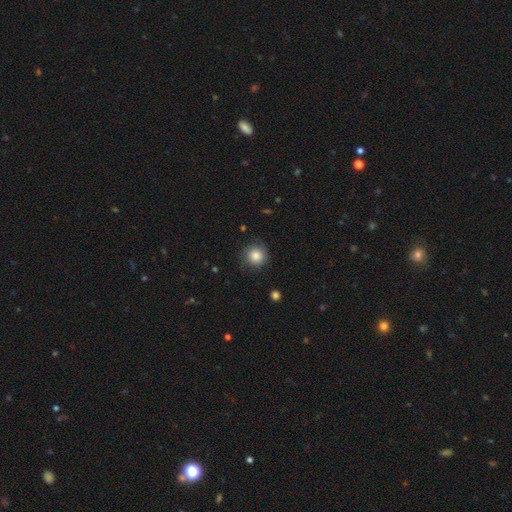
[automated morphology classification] Smooth or featured? Predicted: smooth (p=0.84). How rounded? Predicted: round (p=0.93). Merging? Predicted: none (p=0.85).